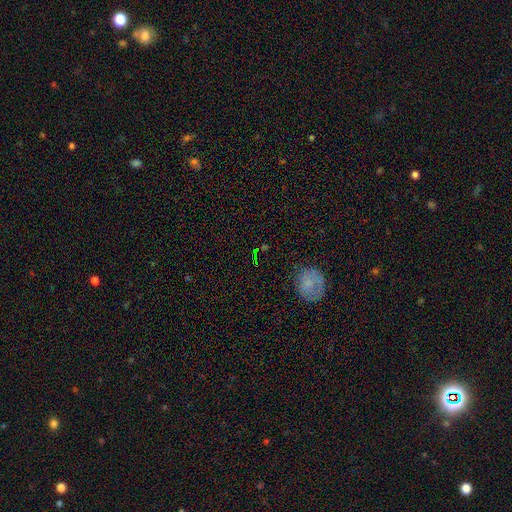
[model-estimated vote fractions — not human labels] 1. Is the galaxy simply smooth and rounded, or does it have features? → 52% star or artifact, 33% smooth, 15% featured or disk.